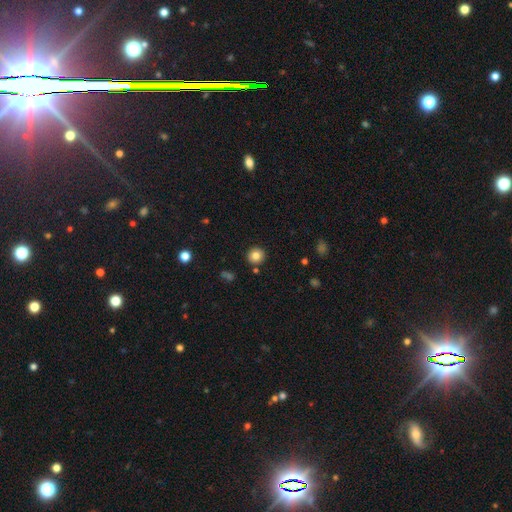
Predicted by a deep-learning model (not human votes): Q: Smooth or featured?
A: smooth (81%); runner-up: star or artifact (11%)
Q: How rounded?
A: round (92%); runner-up: in between (7%)
Q: Merging?
A: none (89%); runner-up: minor disturbance (6%)